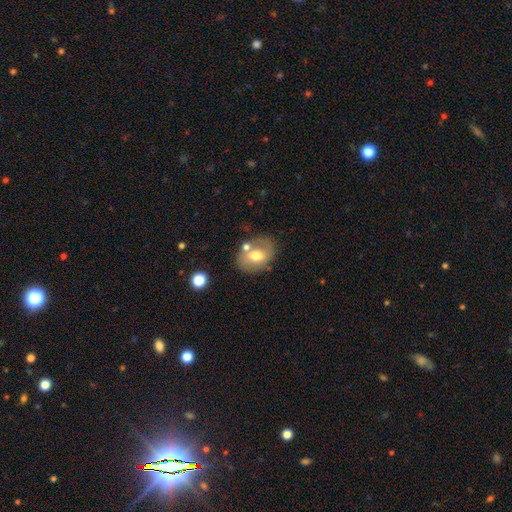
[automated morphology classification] The model was most divided on "smooth or featured": smooth: 59%, featured or disk: 33%, star or artifact: 8%. More confident: how rounded — in between (66%); merging — none (66%).